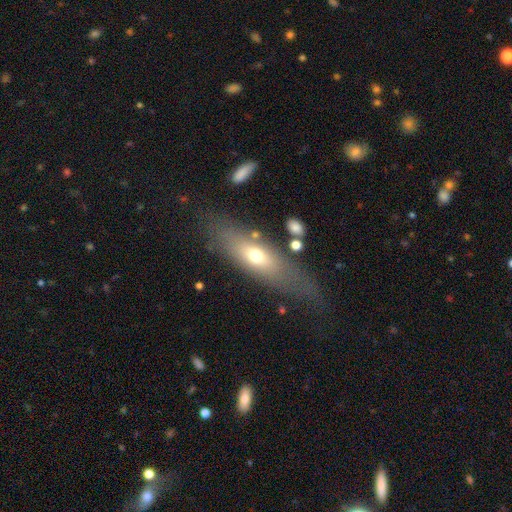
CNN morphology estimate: This appears to be a smooth galaxy with no disk features (56%) that is in between round and cigar-shaped (58%). Merging: none (66%).